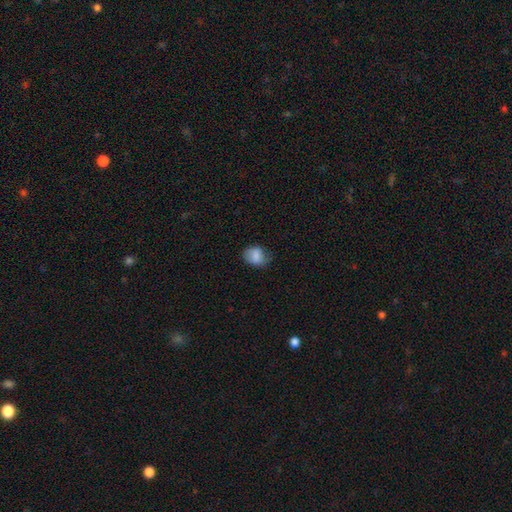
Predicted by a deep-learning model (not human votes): Smooth or featured? smooth (82%)
How rounded? in between (56%)
Merging? none (57%)